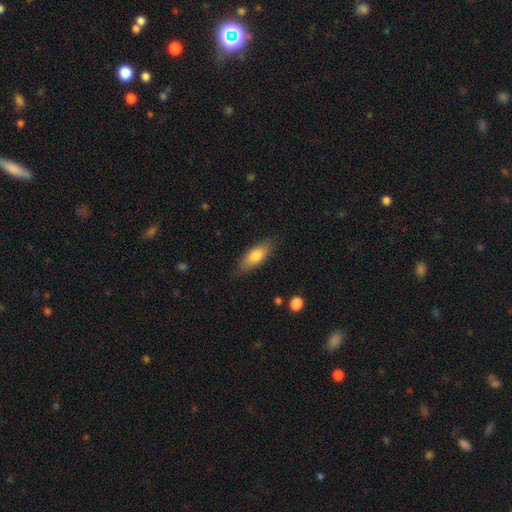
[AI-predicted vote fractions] smooth 77%, featured or disk 17%, star or artifact 6%. Down the decision tree: how rounded — in between (67%); merging — none (82%).